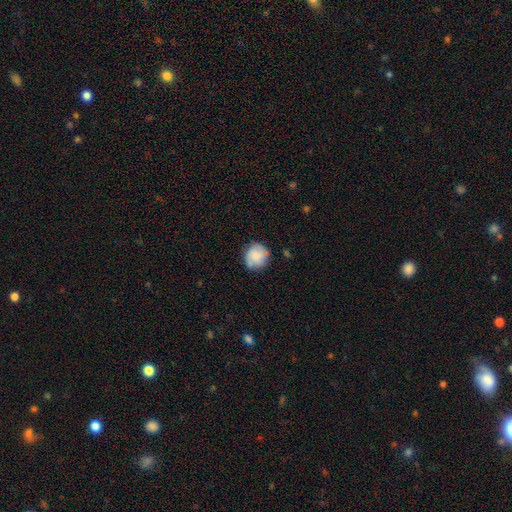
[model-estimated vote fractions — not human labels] Smooth or featured: smooth — 76% (featured or disk — 17%)
How rounded: round — 89% (in between — 10%)
Merging: none — 75% (minor disturbance — 18%)